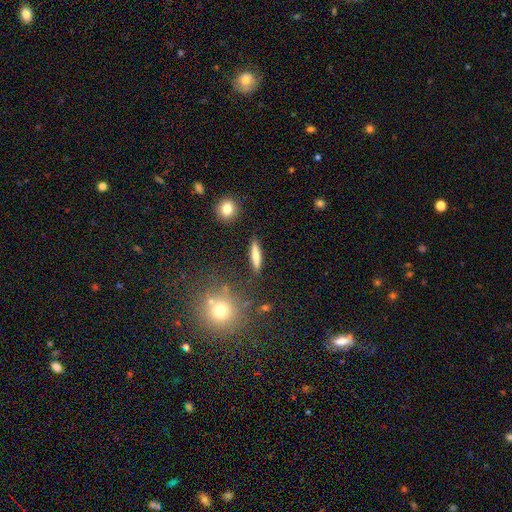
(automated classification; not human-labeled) Q: Smooth or featured?
A: smooth (67%); runner-up: featured or disk (25%)
Q: How rounded?
A: cigar-shaped (82%); runner-up: in between (14%)
Q: Merging?
A: none (88%); runner-up: minor disturbance (8%)